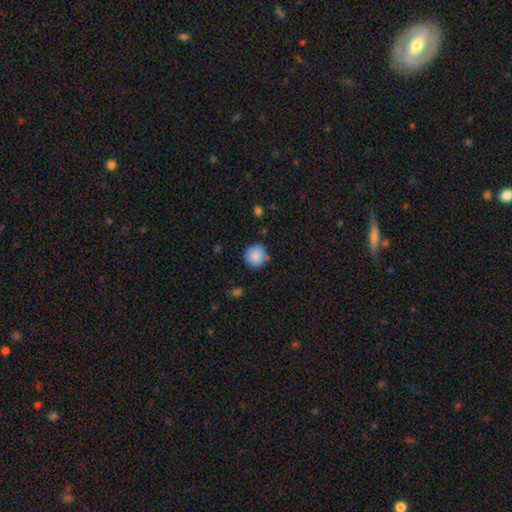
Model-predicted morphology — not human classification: The model was most divided on "merging": none: 83%, minor disturbance: 11%, merger: 3%, major disturbance: 3%. More confident: how rounded — round (94%); smooth or featured — smooth (87%).